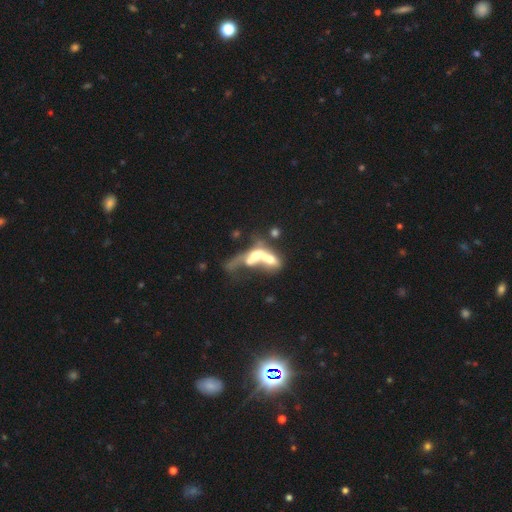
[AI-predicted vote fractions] Smooth or featured? featured or disk (53%)
Edge-on disk? no (85%)
Merging? merger (73%)